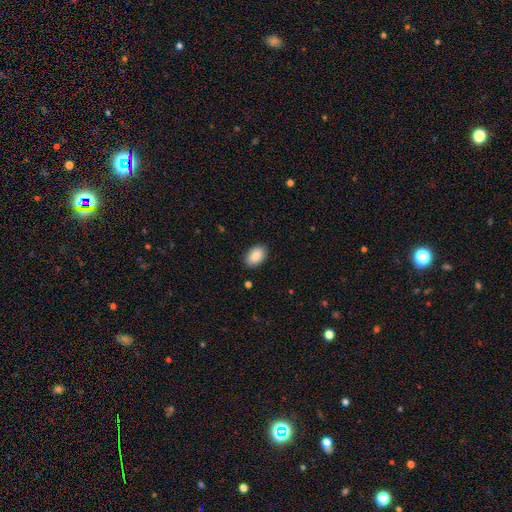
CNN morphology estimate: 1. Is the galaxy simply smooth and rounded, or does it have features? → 87% smooth, 7% star or artifact, 6% featured or disk.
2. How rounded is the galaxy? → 91% in between, 8% round, 1% cigar-shaped.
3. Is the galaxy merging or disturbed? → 88% none, 9% minor disturbance, 2% major disturbance, 1% merger.